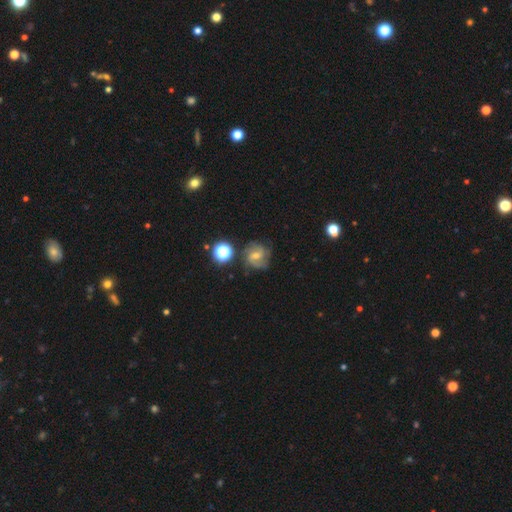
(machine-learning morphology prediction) Smooth or featured? featured or disk (66%)
Edge-on disk? no (97%)
Bar? no (46%)
Spiral arms? yes (93%)
Spiral winding? tight (48%)
Spiral arm count? 2 (33%)
Bulge size? moderate (49%)
Merging? none (77%)